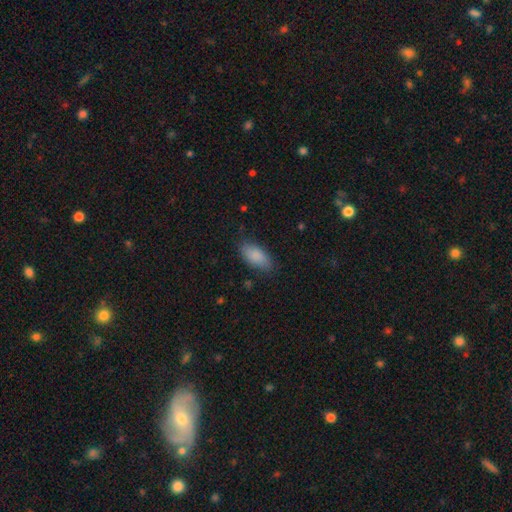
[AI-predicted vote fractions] Smooth or featured?
  - smooth: 87% *
  - star or artifact: 6%
  - featured or disk: 6%
How rounded?
  - in between: 91% *
  - cigar-shaped: 7%
  - round: 2%
Merging?
  - none: 81% *
  - minor disturbance: 14%
  - major disturbance: 3%
  - merger: 1%